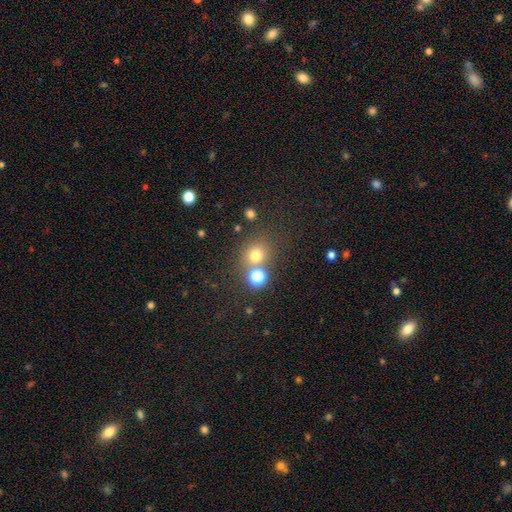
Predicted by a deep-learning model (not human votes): Morphology: type=smooth (71%); roundness=round (82%); merging=none (68%).